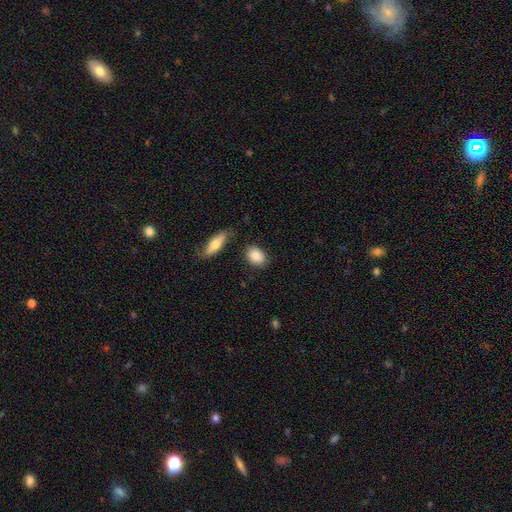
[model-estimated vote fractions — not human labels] Smooth or featured: smooth — 84% (featured or disk — 9%)
How rounded: in between — 77% (round — 21%)
Merging: none — 80% (minor disturbance — 12%)